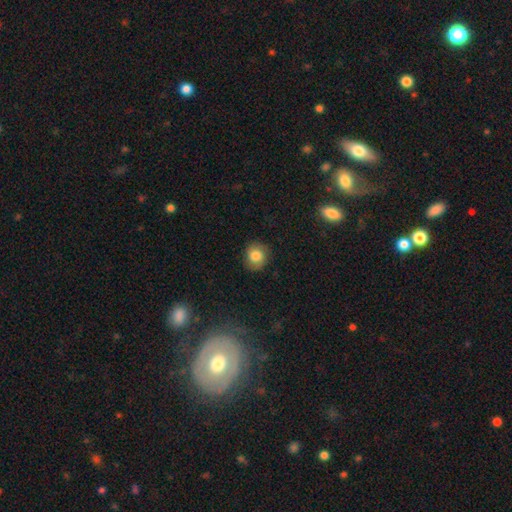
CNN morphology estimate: A smooth galaxy with no disk features (78%) that is round (81%).

Vote fractions:
- Smooth or featured? smooth: 78% / featured or disk: 13% / star or artifact: 10%
- How rounded? round: 81% / in between: 18% / cigar-shaped: 1%
- Merging? none: 83% / minor disturbance: 13% / major disturbance: 3% / merger: 1%